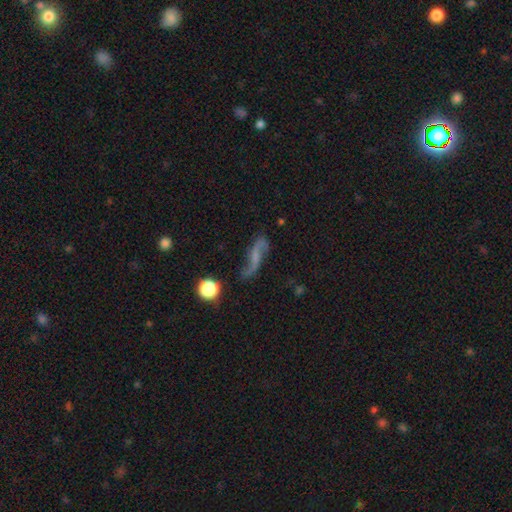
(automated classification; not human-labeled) Overall: featured or disk (76%). Edge-on disk: no (91%). Bar: no (45%; weak 38%). Spiral arms: yes (93%). Spiral arm count: 2 (92%). Spiral winding: loose (87%). Bulge size: none (54%; small 29%). Merging: none (70%).